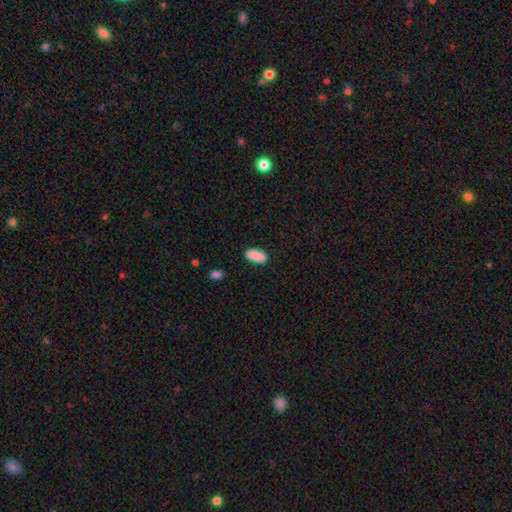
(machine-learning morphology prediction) smooth-or-featured: smooth: 90% | star or artifact: 6% | featured or disk: 4%
  how-rounded: in between: 90% | cigar-shaped: 8% | round: 2%
  merging: none: 87% | minor disturbance: 9% | major disturbance: 2% | merger: 1%